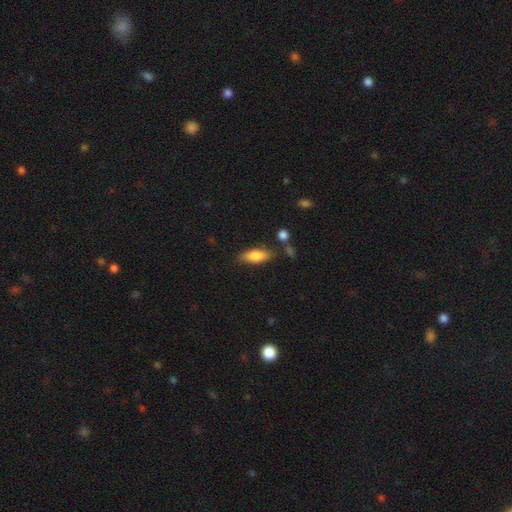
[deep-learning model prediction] smooth 80%, featured or disk 14%, star or artifact 7%. Down the decision tree: how rounded — in between (69%); merging — none (75%).